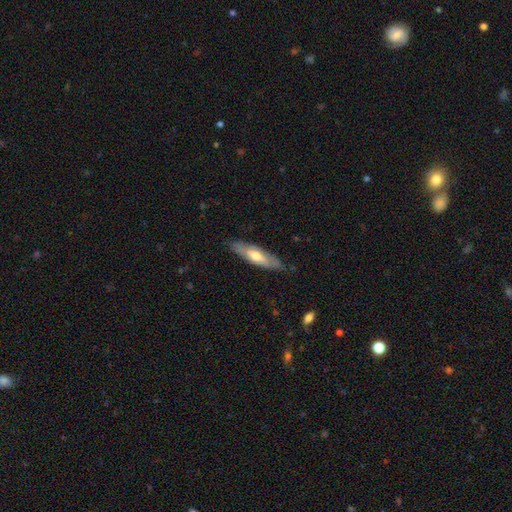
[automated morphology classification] smooth_or_featured: smooth (p=0.50) [alt: featured or disk p=0.45]
how_rounded: cigar-shaped (p=0.57) [alt: in between p=0.41]
merging: none (p=0.81) [alt: minor disturbance p=0.15]